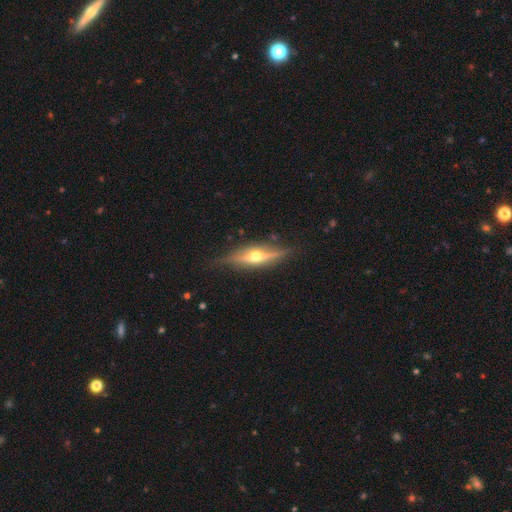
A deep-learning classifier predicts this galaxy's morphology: type=featured or disk (72%); edge-on=yes (95%); edge-on bulge=rounded (93%); merging=none (83%).